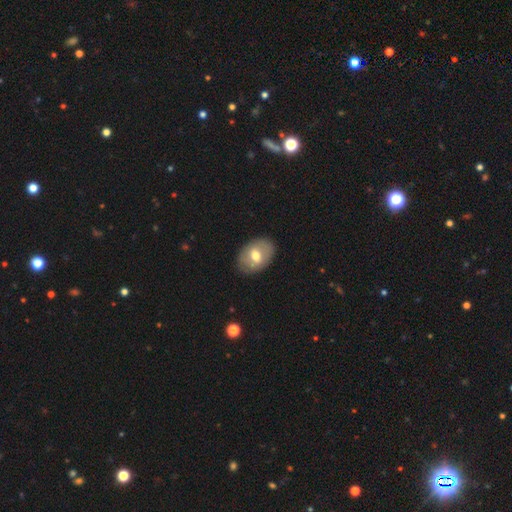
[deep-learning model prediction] This appears to be a smooth galaxy with no disk features (59%) that is in between round and cigar-shaped (77%). Merging: none (84%).